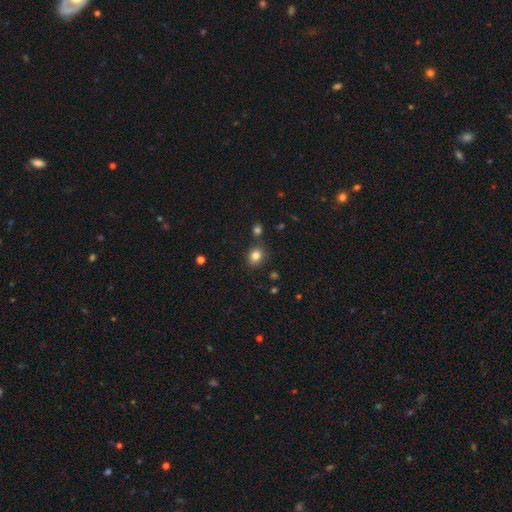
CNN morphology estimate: smooth 82%, star or artifact 12%, featured or disk 6%. Down the decision tree: how rounded — round (59%); merging — none (79%).